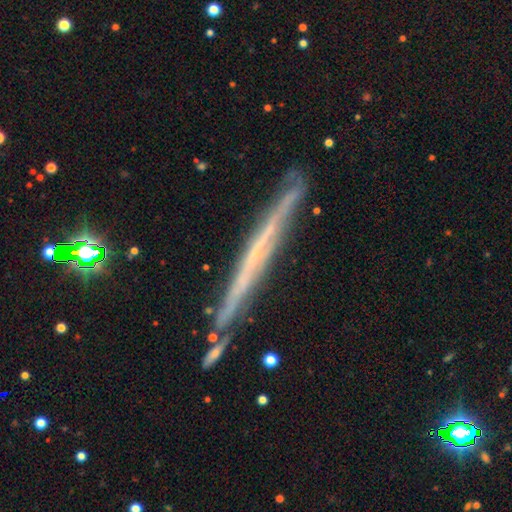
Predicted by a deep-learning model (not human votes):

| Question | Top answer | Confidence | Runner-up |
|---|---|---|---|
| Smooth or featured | featured or disk | 71% | smooth (20%) |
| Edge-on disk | yes | 96% | no (4%) |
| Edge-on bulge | none | 79% | rounded (17%) |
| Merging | none | 85% | minor disturbance (11%) |